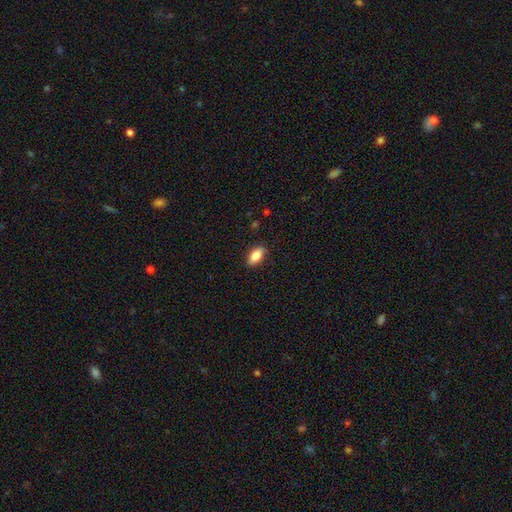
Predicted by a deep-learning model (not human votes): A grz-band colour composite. It shows a smooth galaxy with no disk features (85%) that is in between round and cigar-shaped (90%). Merging: none (85%).